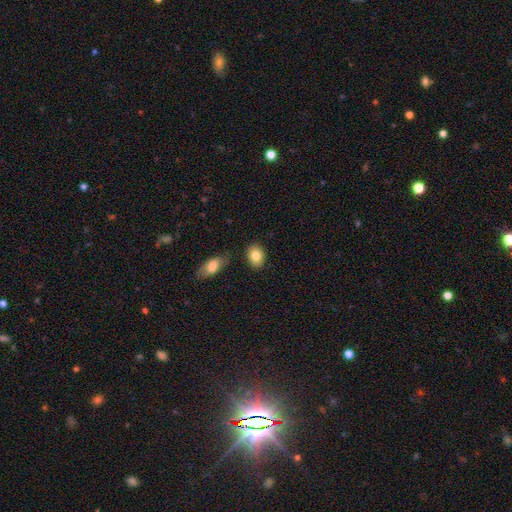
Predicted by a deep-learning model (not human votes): Q: Smooth or featured?
A: smooth (82%); runner-up: featured or disk (10%)
Q: How rounded?
A: in between (67%); runner-up: round (32%)
Q: Merging?
A: none (83%); runner-up: minor disturbance (10%)